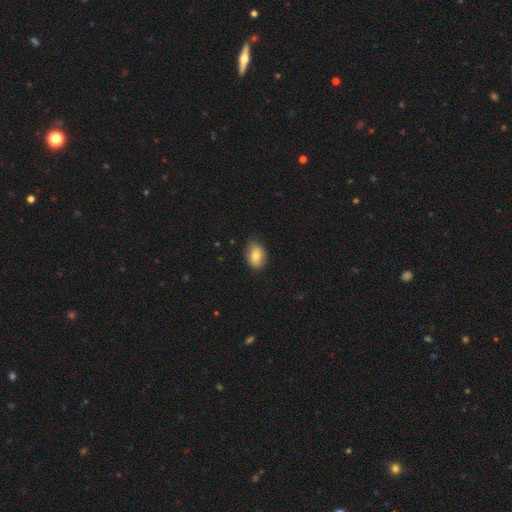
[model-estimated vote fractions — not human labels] Q: Smooth or featured?
A: smooth (72%); runner-up: featured or disk (20%)
Q: How rounded?
A: in between (81%); runner-up: round (17%)
Q: Merging?
A: none (79%); runner-up: minor disturbance (17%)